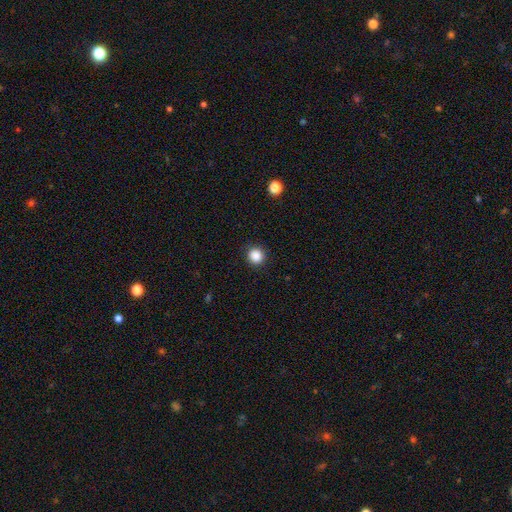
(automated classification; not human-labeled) smooth 87%, star or artifact 10%, featured or disk 3%. Down the decision tree: how rounded — round (90%); merging — none (91%).